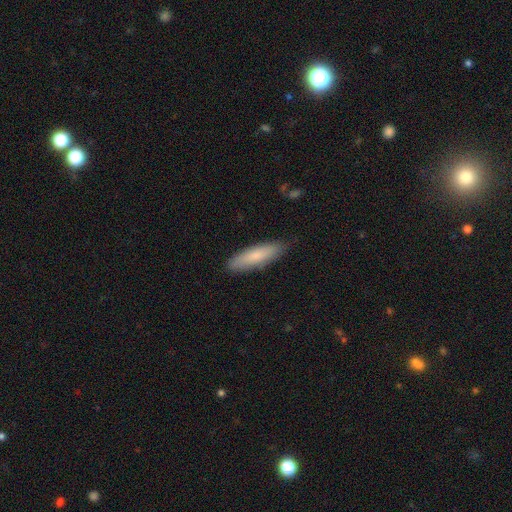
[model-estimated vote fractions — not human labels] smooth_or_featured: smooth (p=0.79) [alt: featured or disk p=0.16]
how_rounded: cigar-shaped (p=0.70) [alt: in between p=0.28]
merging: none (p=0.85) [alt: minor disturbance p=0.12]